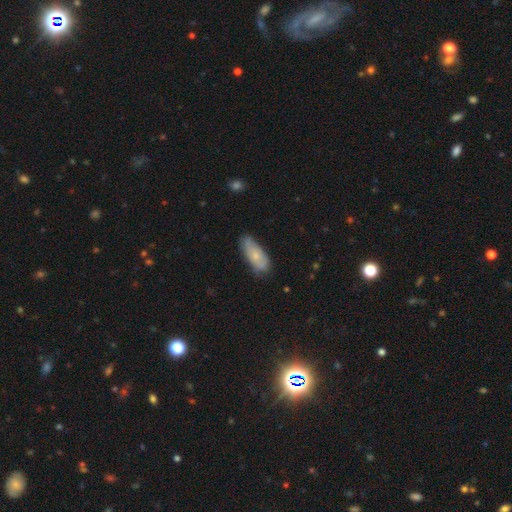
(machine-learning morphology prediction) This is likely a smooth galaxy (69%). How rounded: likely in between (78%). Merging: likely none (62%).